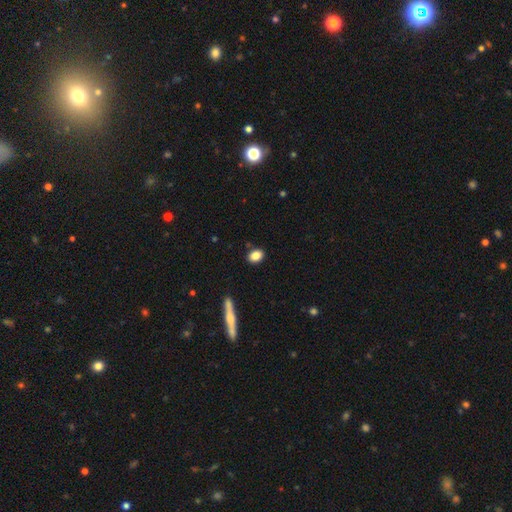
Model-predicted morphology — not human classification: smooth 85%, star or artifact 8%, featured or disk 7%. Down the decision tree: how rounded — in between (68%); merging — none (86%).